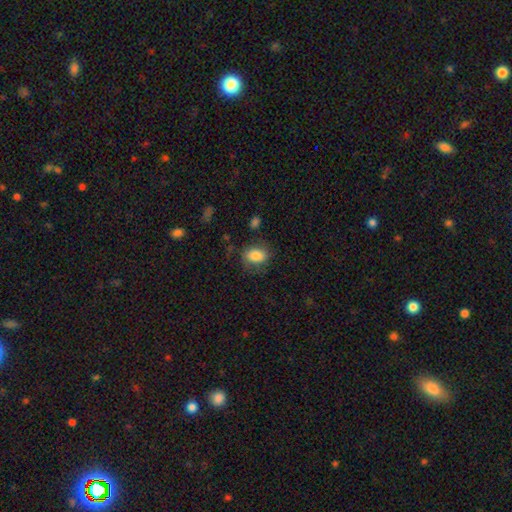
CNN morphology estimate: Q: Smooth or featured?
A: smooth (83%); runner-up: featured or disk (9%)
Q: How rounded?
A: in between (76%); runner-up: round (22%)
Q: Merging?
A: none (73%); runner-up: minor disturbance (18%)